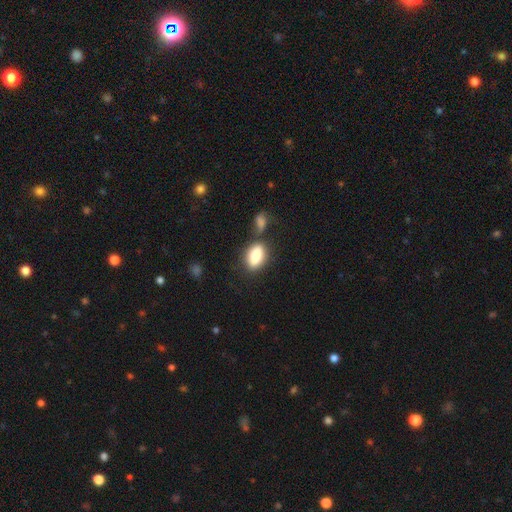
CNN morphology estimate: Q: Smooth or featured?
A: smooth (83%); runner-up: featured or disk (10%)
Q: How rounded?
A: in between (87%); runner-up: round (9%)
Q: Merging?
A: none (62%); runner-up: merger (18%)